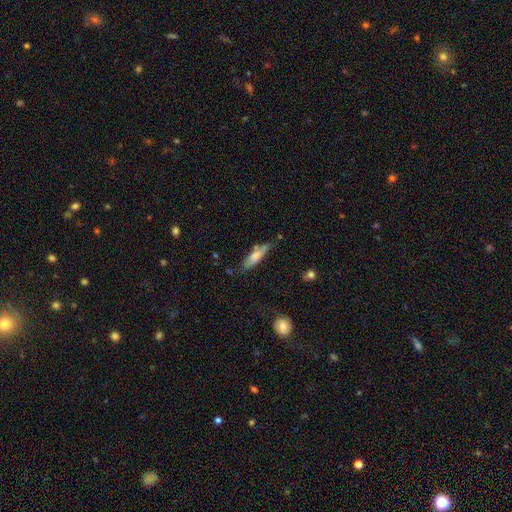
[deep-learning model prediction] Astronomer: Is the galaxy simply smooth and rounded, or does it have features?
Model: smooth — 67%.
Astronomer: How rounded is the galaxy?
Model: cigar-shaped — 69%.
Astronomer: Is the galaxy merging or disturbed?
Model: none — 63%.